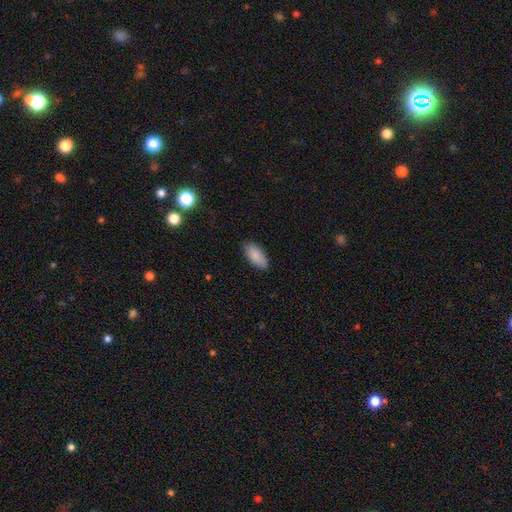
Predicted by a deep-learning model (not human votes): The model was most divided on "merging": none: 84%, minor disturbance: 12%, major disturbance: 2%, merger: 1%. More confident: how rounded — in between (92%); smooth or featured — smooth (88%).